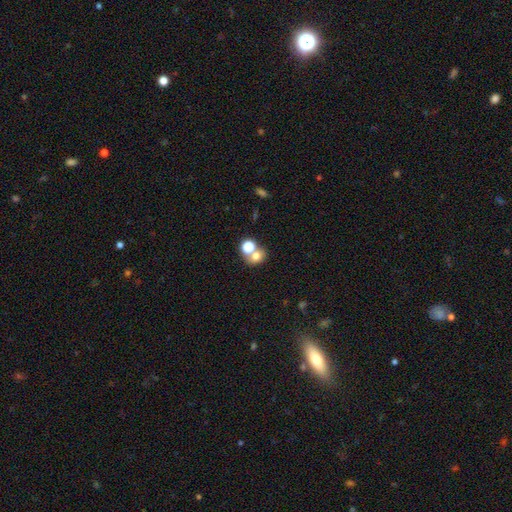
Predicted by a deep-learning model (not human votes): smooth 70%, star or artifact 16%, featured or disk 14%. Down the decision tree: how rounded — round (62%); merging — merger (46%).